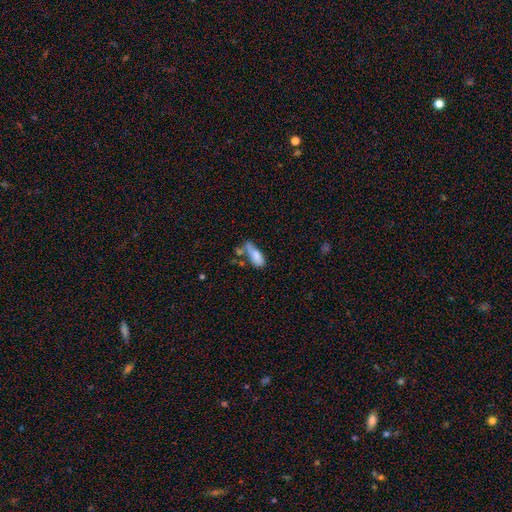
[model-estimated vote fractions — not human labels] Smooth or featured: smooth — 77% (featured or disk — 15%)
How rounded: in between — 71% (cigar-shaped — 27%)
Merging: none — 33% (merger — 26%)